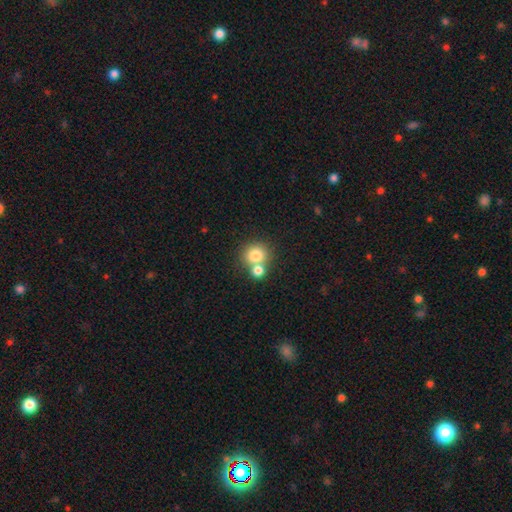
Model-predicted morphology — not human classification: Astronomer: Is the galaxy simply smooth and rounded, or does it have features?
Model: smooth — 79%.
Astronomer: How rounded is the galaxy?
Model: round — 84%.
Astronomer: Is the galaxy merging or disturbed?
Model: none — 46% (runner-up: merger, 44%).